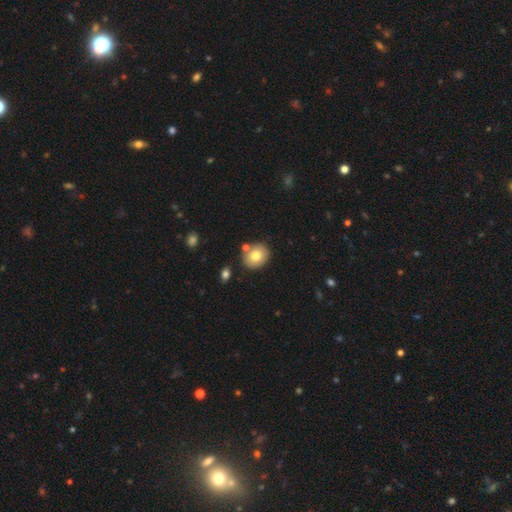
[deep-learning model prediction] A smooth galaxy with no disk features (78%) that is round (59%).

Vote fractions:
- Smooth or featured? smooth: 78% / featured or disk: 14% / star or artifact: 8%
- How rounded? round: 59% / in between: 40% / cigar-shaped: 1%
- Merging? none: 77% / minor disturbance: 10% / merger: 10% / major disturbance: 2%